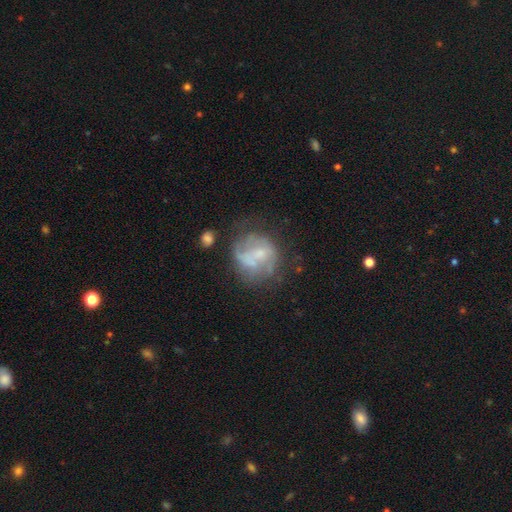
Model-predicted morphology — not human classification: smooth-or-featured: featured or disk: 61% | smooth: 29% | star or artifact: 10%
  disk-edge-on: no: 98% | yes: 2%
    bar: no: 65% | weak: 28% | strong: 6%
    has-spiral-arms: no: 52% | yes: 48%
    bulge-size: small: 40% | moderate: 29% | none: 26% | large: 4% | dominant: 1%
  merging: none: 47% | minor disturbance: 23% | major disturbance: 22% | merger: 8%